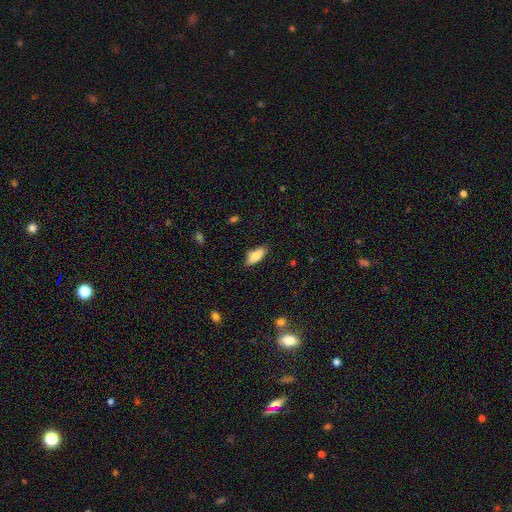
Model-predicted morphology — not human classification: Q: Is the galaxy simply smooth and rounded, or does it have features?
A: smooth — 80%.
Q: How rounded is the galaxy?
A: in between — 79%.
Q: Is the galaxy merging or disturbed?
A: none — 81%.